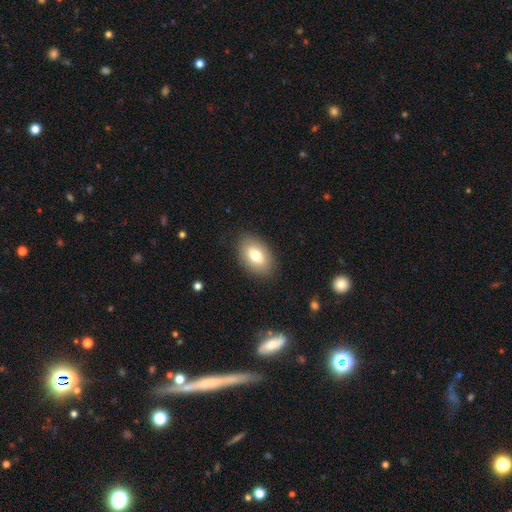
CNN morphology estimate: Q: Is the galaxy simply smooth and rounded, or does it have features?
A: smooth — 73%.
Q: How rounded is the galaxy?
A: in between — 90%.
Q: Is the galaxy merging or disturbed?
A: none — 86%.